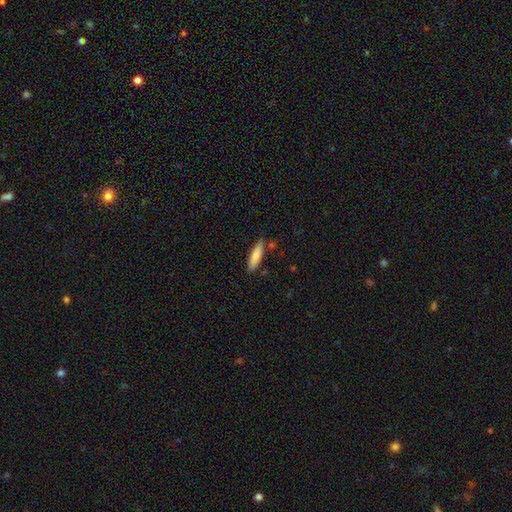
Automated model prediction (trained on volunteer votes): A smooth galaxy with no disk features (81%) that is cigar-shaped (71%). Merging: none (84%).